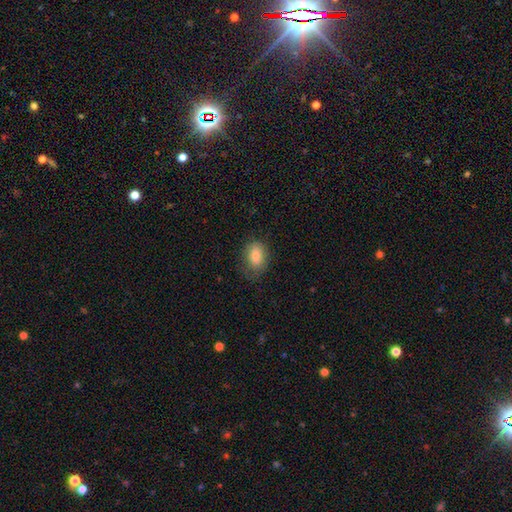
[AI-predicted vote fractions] Smooth or featured: smooth — 78% (featured or disk — 13%)
How rounded: in between — 76% (round — 23%)
Merging: none — 72% (minor disturbance — 20%)